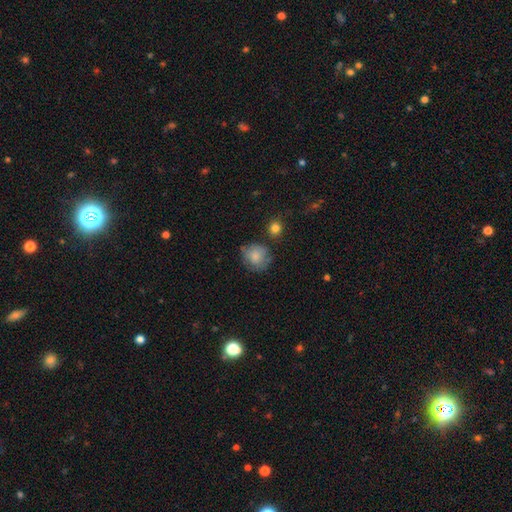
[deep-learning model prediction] Overall: smooth (74%). How rounded: round (81%). Merging: none (61%; minor disturbance 25%).